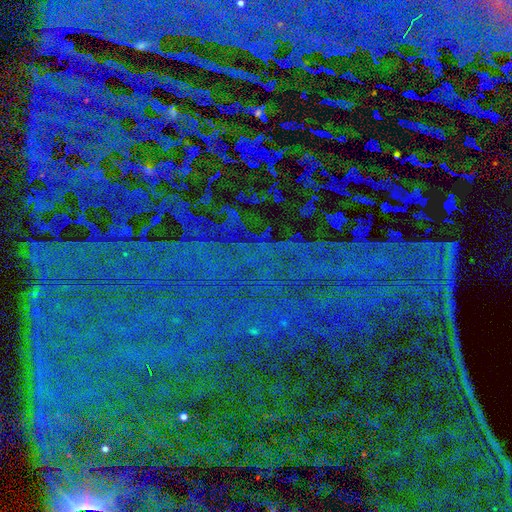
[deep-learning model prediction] Smooth or featured? Predicted: star or artifact (p=0.86).